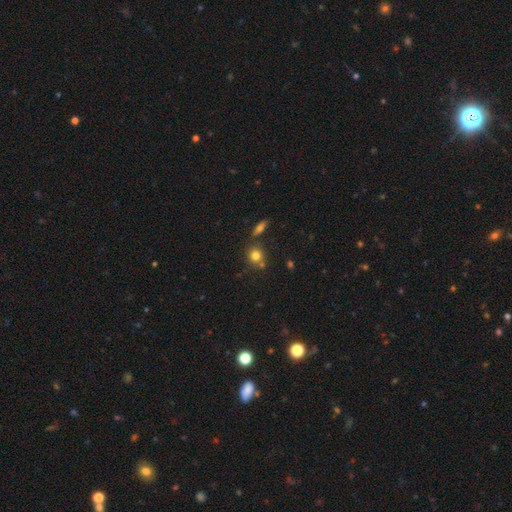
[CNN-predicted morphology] Smooth or featured? Predicted: smooth (p=0.78). How rounded? Predicted: round (p=0.84). Merging? Predicted: none (p=0.69).